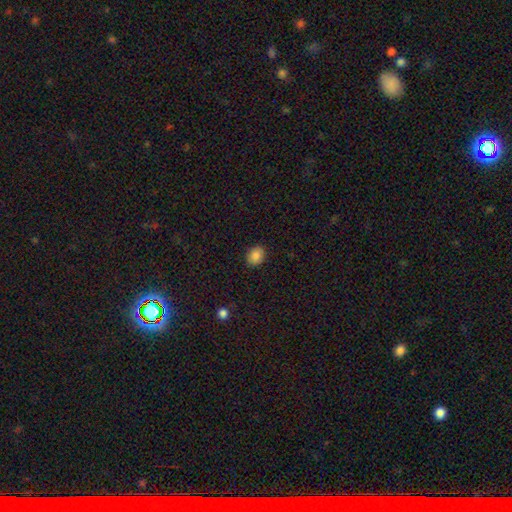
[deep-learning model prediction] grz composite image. It shows a smooth galaxy with no disk features (86%) that is round (51%). Merging: none (89%).